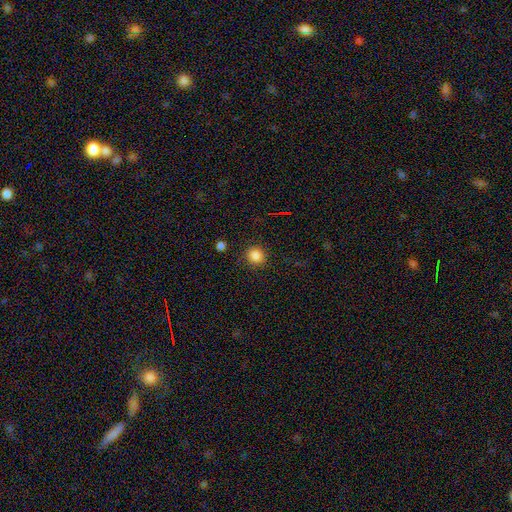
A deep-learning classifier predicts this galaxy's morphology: The model was most divided on "smooth or featured": smooth: 84%, star or artifact: 12%, featured or disk: 4%. More confident: how rounded — round (89%); merging — none (88%).